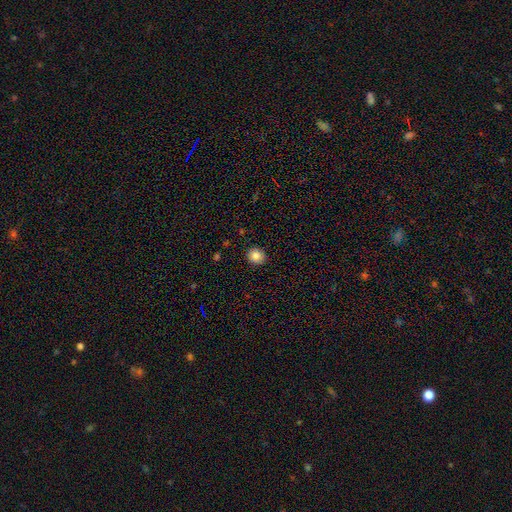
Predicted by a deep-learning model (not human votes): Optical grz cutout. It shows a smooth galaxy with no disk features (85%) that is round (81%). Merging: none (91%).